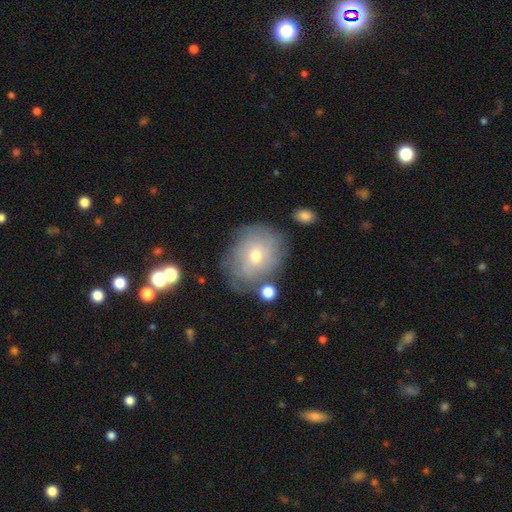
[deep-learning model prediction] A featured or disk galaxy (48%). Merging: none (68%).